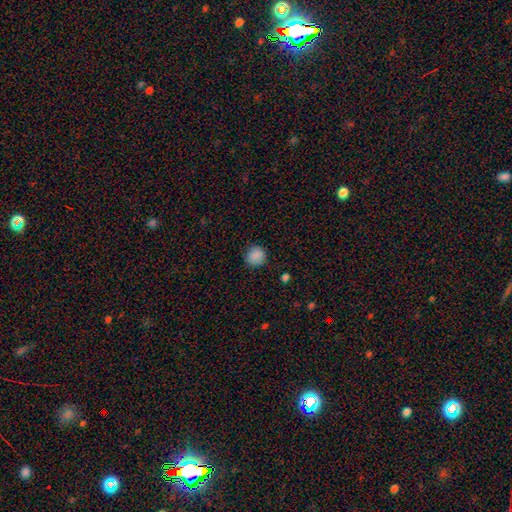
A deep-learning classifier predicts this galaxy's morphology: Smooth or featured?
  - smooth: 87% *
  - star or artifact: 9%
  - featured or disk: 3%
How rounded?
  - round: 87% *
  - in between: 12%
  - cigar-shaped: 1%
Merging?
  - none: 84% *
  - minor disturbance: 12%
  - major disturbance: 3%
  - merger: 1%